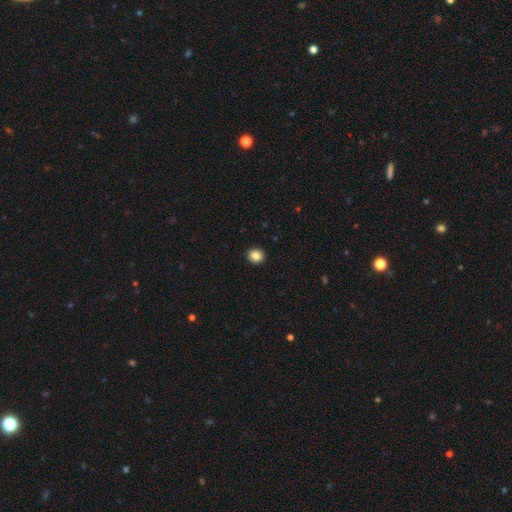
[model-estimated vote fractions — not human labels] A smooth galaxy with no disk features (86%) that is round (81%).

Vote fractions:
- Smooth or featured? smooth: 86% / star or artifact: 10% / featured or disk: 5%
- How rounded? round: 81% / in between: 18% / cigar-shaped: 1%
- Merging? none: 93% / minor disturbance: 5% / major disturbance: 2% / merger: 1%